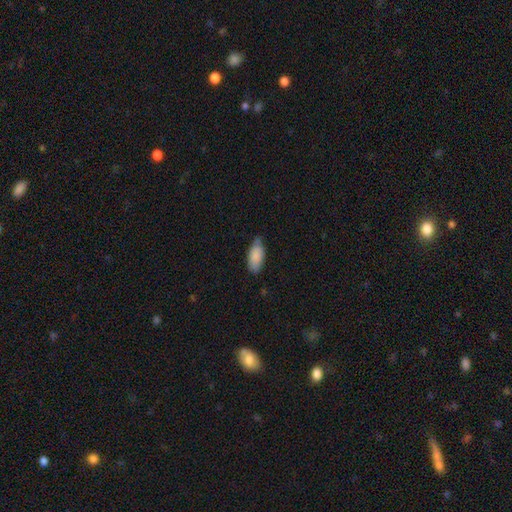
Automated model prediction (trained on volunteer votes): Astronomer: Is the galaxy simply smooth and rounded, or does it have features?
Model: smooth — 86%.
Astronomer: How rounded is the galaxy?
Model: in between — 89%.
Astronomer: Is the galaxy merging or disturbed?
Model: none — 64%.